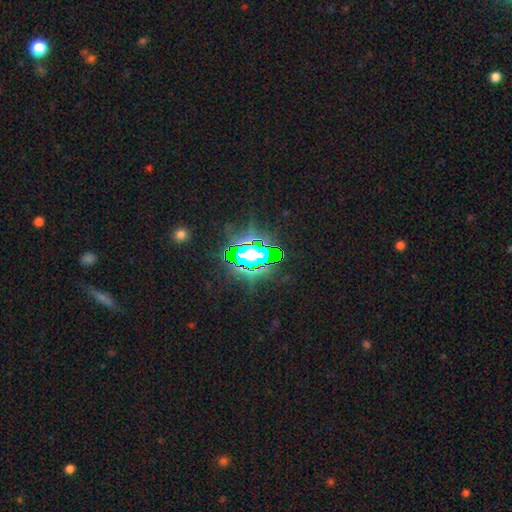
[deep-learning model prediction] Smooth or featured? star or artifact (81%)